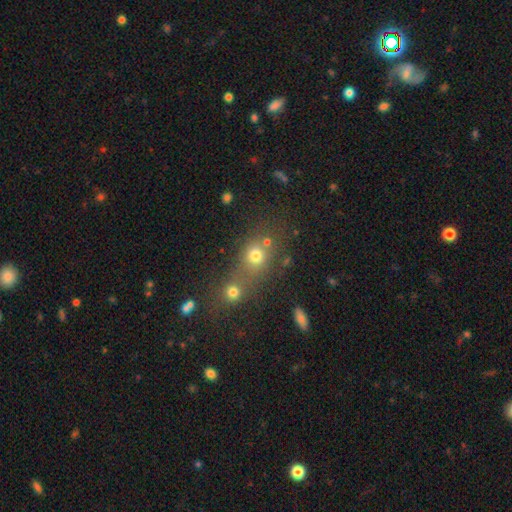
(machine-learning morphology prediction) smooth 73%, star or artifact 18%, featured or disk 10%. Down the decision tree: how rounded — round (72%); merging — none (43%).